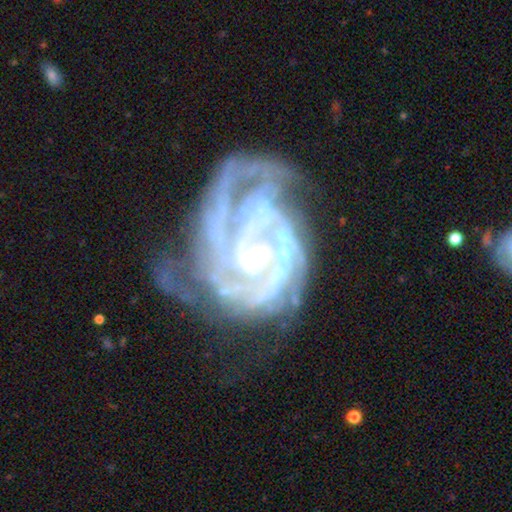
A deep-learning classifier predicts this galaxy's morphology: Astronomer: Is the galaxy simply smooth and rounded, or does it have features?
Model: featured or disk — 89%.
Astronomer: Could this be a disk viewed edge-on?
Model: no — 98%.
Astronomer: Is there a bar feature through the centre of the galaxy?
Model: no — 63%.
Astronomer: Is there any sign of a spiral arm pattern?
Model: yes — 96%.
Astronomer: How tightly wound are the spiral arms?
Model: tight — 65%.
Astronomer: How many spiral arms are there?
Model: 3 — 28% (runner-up: can't tell, 23%).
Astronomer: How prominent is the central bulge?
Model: small — 74%.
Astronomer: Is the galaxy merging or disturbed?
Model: none — 40% (runner-up: major disturbance, 27%).